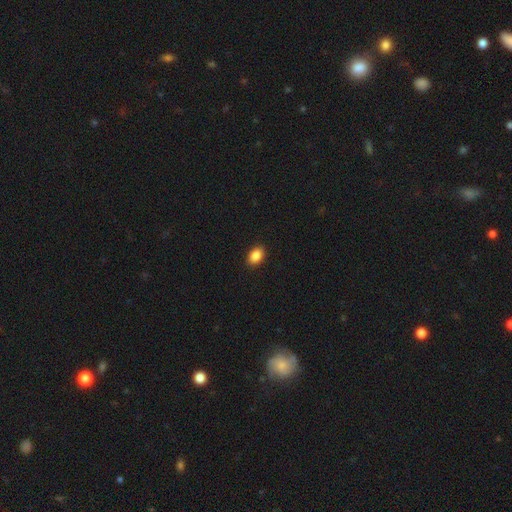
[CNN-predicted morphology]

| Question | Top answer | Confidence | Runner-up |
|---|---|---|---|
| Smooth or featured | smooth | 88% | star or artifact (8%) |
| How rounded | in between | 83% | round (16%) |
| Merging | none | 91% | minor disturbance (7%) |